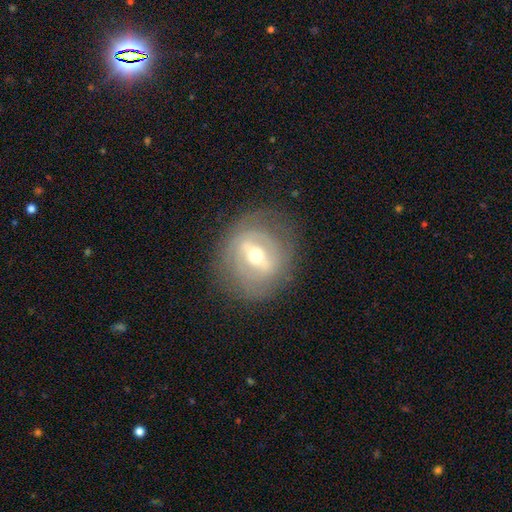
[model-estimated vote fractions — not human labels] The model was most divided on "spiral arms": yes: 52%, no: 48%. Remaining: edge-on disk — no (91%); merging — none (78%); smooth or featured — featured or disk (73%); bulge size — moderate (63%); bar — strong (49%).